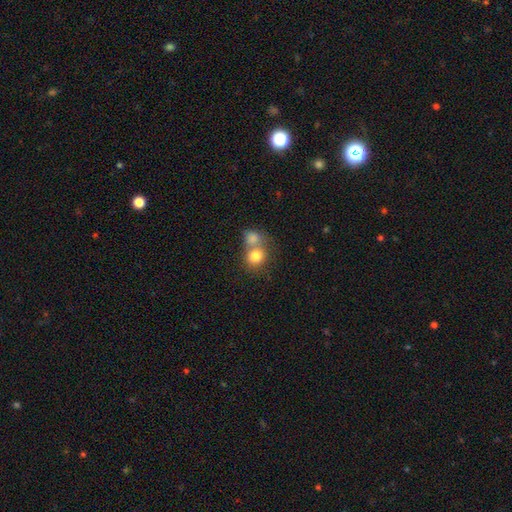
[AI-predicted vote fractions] Morphology: type=smooth (80%); roundness=round (79%); merging=merger (51%).